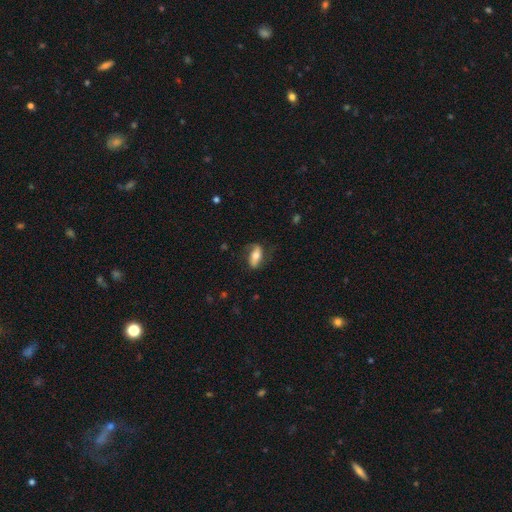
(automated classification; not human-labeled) smooth-or-featured: smooth: 50% | featured or disk: 44% | star or artifact: 7%
  merging: none: 65% | minor disturbance: 22% | major disturbance: 11% | merger: 1%